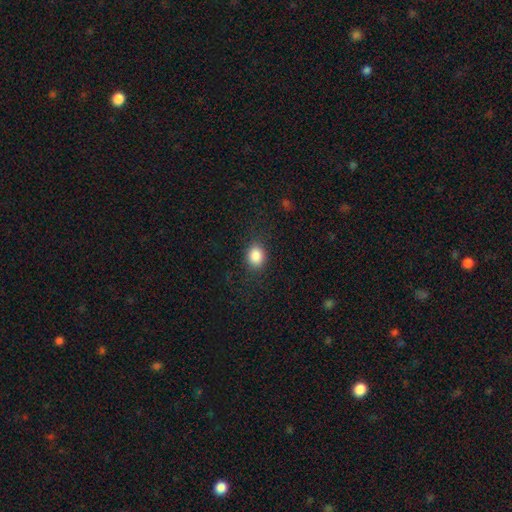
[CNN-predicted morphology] smooth_or_featured: smooth (p=0.86) [alt: star or artifact p=0.09]
how_rounded: round (p=0.53) [alt: in between p=0.46]
merging: none (p=0.82) [alt: minor disturbance p=0.12]